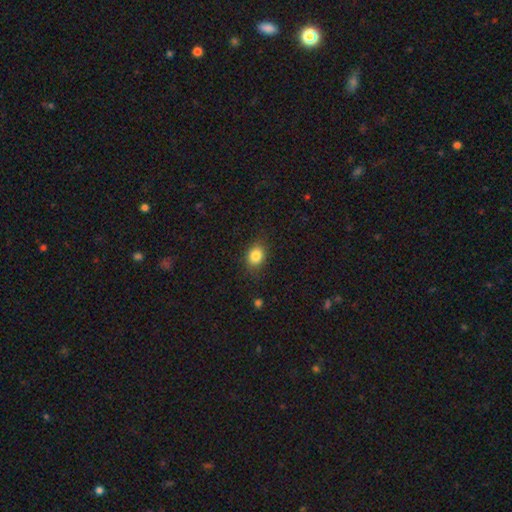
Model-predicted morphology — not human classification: type=smooth (84%); roundness=round (50%); merging=none (83%).